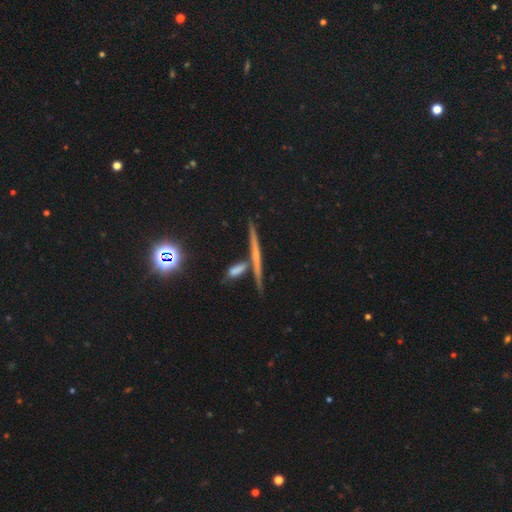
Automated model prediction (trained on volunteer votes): This appears to be a featured or disk galaxy (54%) viewed edge-on (94%) with no central bulge (72%). Merging: none (73%).